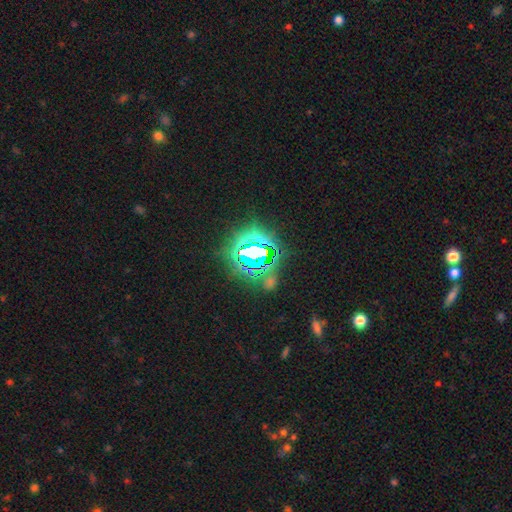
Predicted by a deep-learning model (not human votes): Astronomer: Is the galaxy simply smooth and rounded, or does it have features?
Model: star or artifact — 79%.